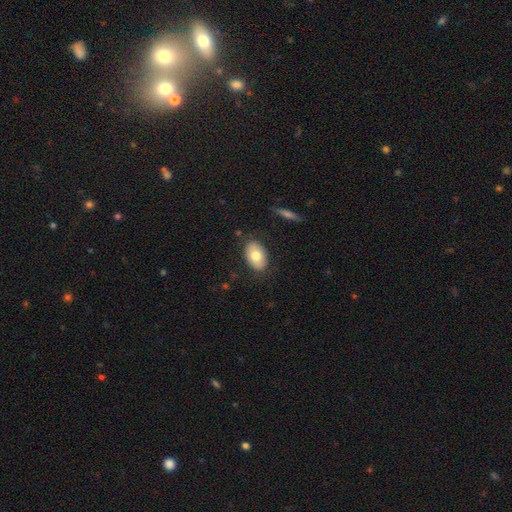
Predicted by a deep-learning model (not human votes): Smooth or featured? Predicted: smooth (p=0.76). How rounded? Predicted: in between (p=0.90). Merging? Predicted: none (p=0.82).